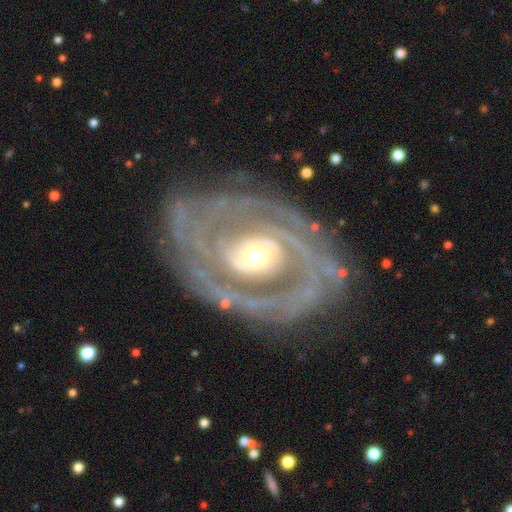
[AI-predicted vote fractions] Overall: featured or disk (90%). Edge-on disk: no (96%). Bar: no (47%; weak 31%). Spiral arms: yes (93%). Spiral arm count: 2 (49%; can't tell 18%). Spiral winding: tight (64%; medium 27%). Bulge size: moderate (63%; small 24%). Merging: none (75%).